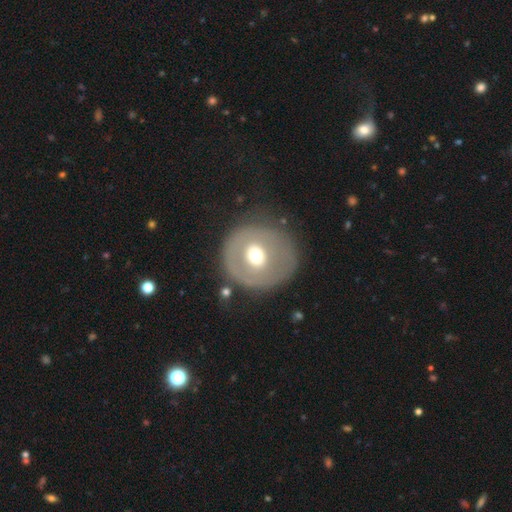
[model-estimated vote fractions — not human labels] smooth 47%, featured or disk 46%, star or artifact 7%. Down the decision tree: merging — none (73%).